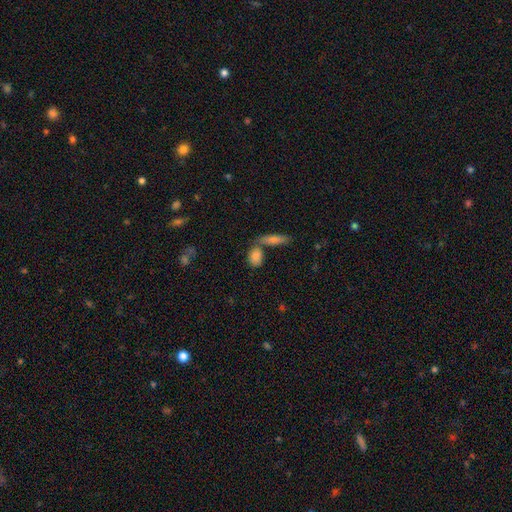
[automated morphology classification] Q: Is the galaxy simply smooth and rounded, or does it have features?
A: smooth — 82%.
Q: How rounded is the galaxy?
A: in between — 72%.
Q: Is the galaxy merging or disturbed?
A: none — 57%.